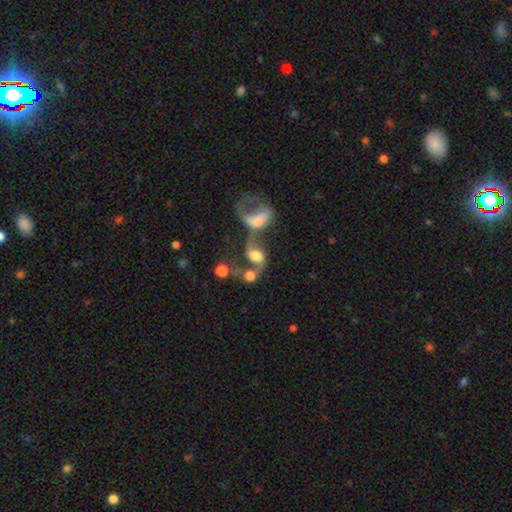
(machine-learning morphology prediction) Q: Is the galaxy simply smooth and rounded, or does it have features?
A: featured or disk — 49%.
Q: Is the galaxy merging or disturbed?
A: merger — 65%.